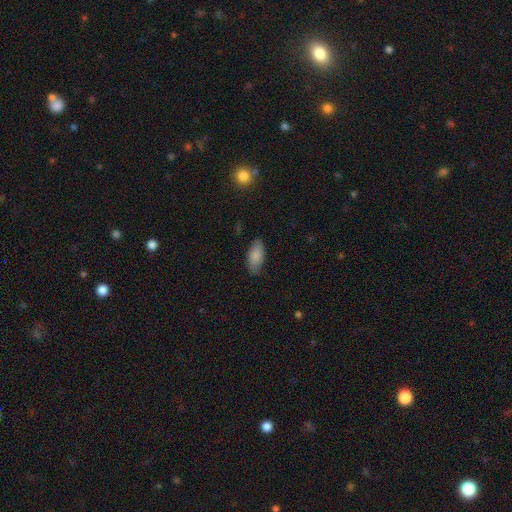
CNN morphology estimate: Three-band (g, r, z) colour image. It shows a smooth galaxy with no disk features (84%) that is in between round and cigar-shaped (89%). Merging: none (77%).